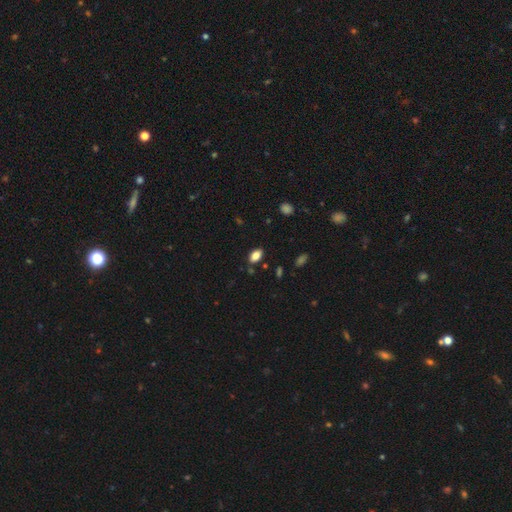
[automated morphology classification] A smooth galaxy with no disk features (84%) that is in between round and cigar-shaped (90%).

Vote fractions:
- Smooth or featured? smooth: 84% / star or artifact: 9% / featured or disk: 6%
- How rounded? in between: 90% / round: 8% / cigar-shaped: 2%
- Merging? none: 83% / minor disturbance: 11% / merger: 3% / major disturbance: 3%